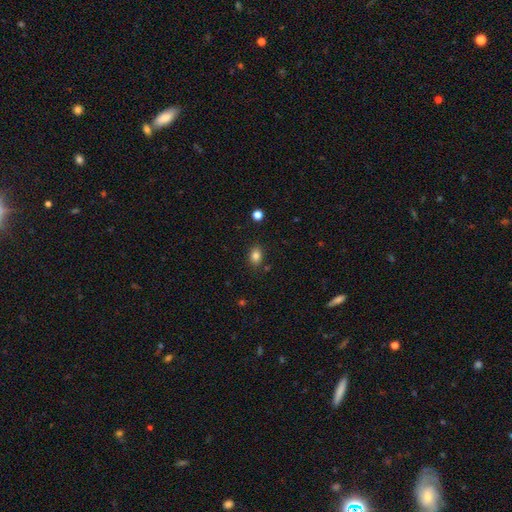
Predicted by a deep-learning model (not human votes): smooth 84%, star or artifact 11%, featured or disk 5%. Down the decision tree: how rounded — in between (70%); merging — none (84%).